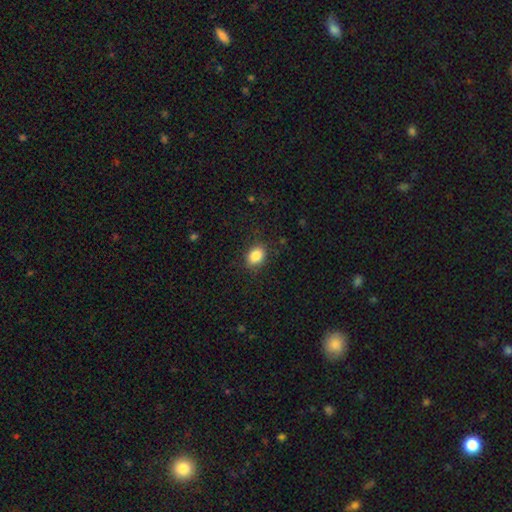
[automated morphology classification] A smooth galaxy with no disk features (86%) that is in between round and cigar-shaped (69%). Merging: none (86%).